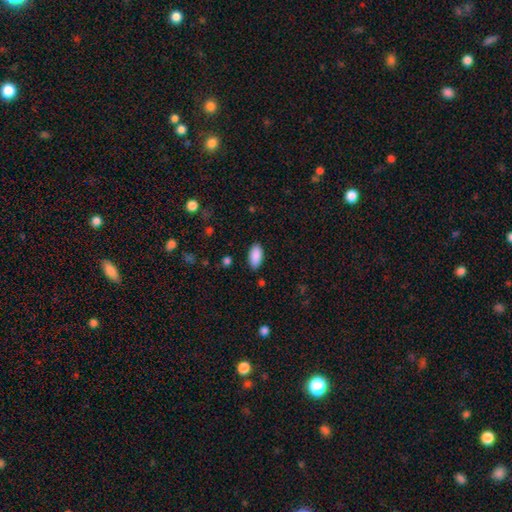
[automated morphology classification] This appears to be a smooth galaxy with no disk features (90%) that is in between round and cigar-shaped (93%). Merging: none (86%).